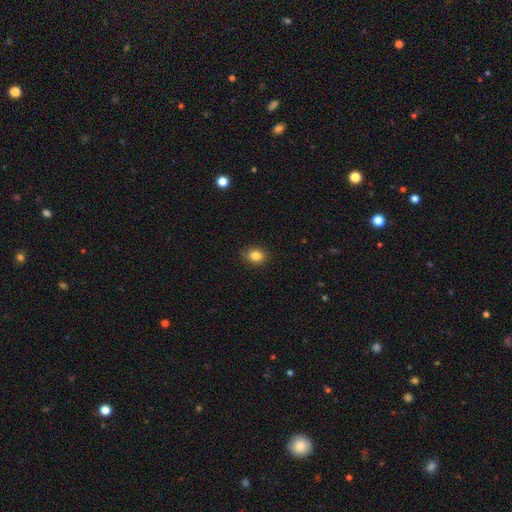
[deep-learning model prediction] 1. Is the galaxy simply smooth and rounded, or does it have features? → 85% smooth, 9% star or artifact, 5% featured or disk.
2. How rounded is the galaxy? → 62% in between, 37% round, 1% cigar-shaped.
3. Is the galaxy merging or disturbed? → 86% none, 10% minor disturbance, 2% major disturbance, 1% merger.